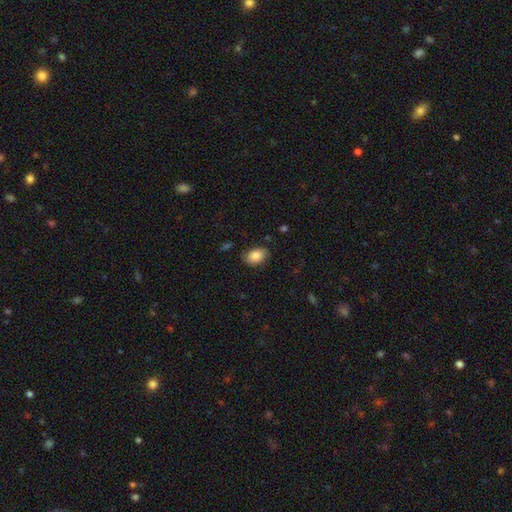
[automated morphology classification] Smooth or featured: smooth — 86% (star or artifact — 7%)
How rounded: in between — 85% (round — 14%)
Merging: none — 80% (minor disturbance — 15%)